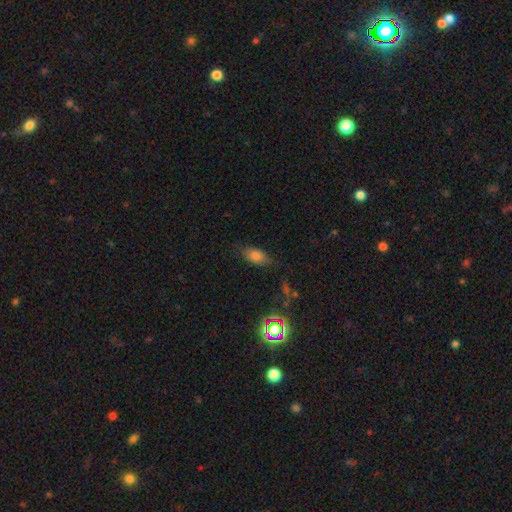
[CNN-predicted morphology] Smooth or featured: smooth — 76% (star or artifact — 13%)
How rounded: in between — 85% (cigar-shaped — 9%)
Merging: none — 72% (minor disturbance — 20%)